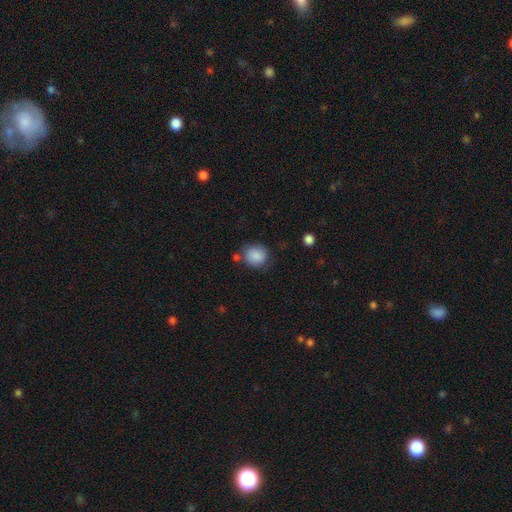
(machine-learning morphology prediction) Smooth or featured?
  - smooth: 87% *
  - star or artifact: 8%
  - featured or disk: 5%
How rounded?
  - round: 81% *
  - in between: 18%
  - cigar-shaped: 1%
Merging?
  - none: 70% *
  - minor disturbance: 18%
  - merger: 7%
  - major disturbance: 5%